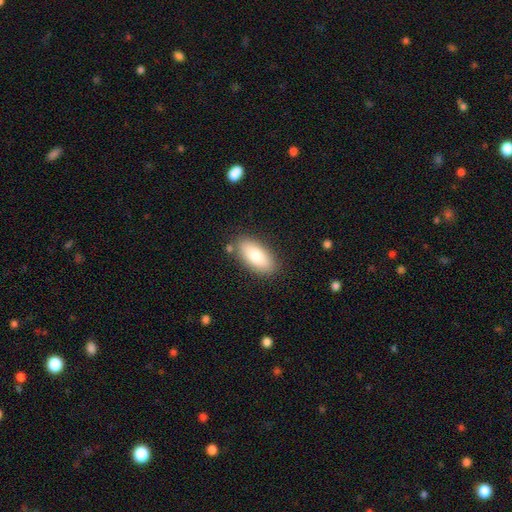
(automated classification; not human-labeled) This appears to be a smooth galaxy with no disk features (83%) that is in between round and cigar-shaped (88%). Merging: none (82%).